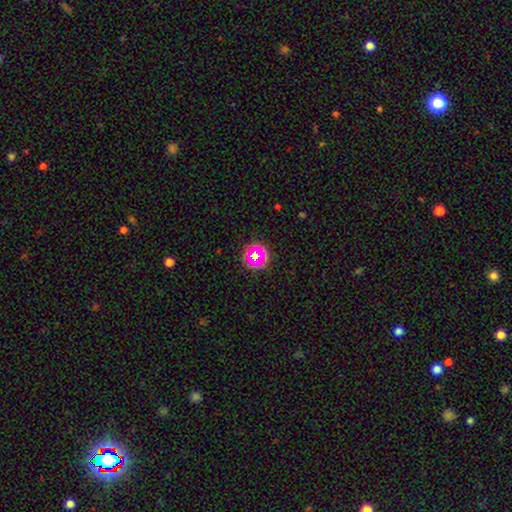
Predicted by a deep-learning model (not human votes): Smooth or featured? Predicted: smooth (p=0.49). Merging? Predicted: none (p=0.81).